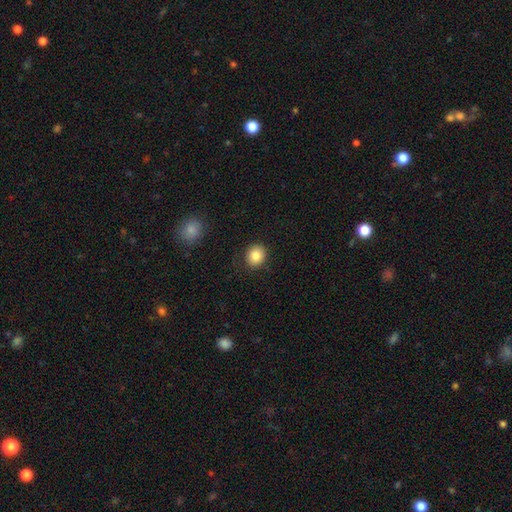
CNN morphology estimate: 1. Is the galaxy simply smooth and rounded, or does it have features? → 85% smooth, 9% star or artifact, 6% featured or disk.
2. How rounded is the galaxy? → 79% round, 20% in between, 1% cigar-shaped.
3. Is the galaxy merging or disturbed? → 86% none, 9% minor disturbance, 3% major disturbance, 1% merger.